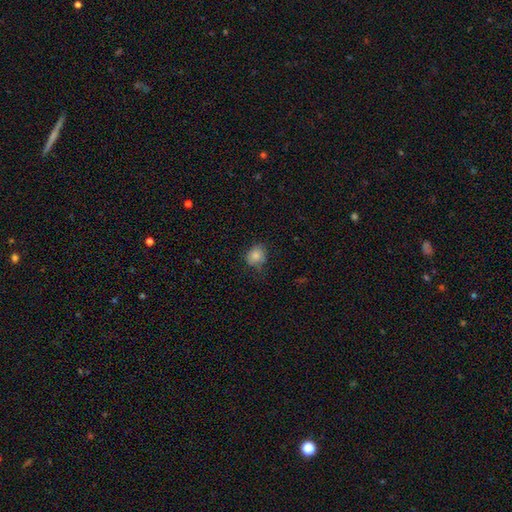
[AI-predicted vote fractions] smooth_or_featured: smooth (p=0.83) [alt: star or artifact p=0.10]
how_rounded: round (p=0.67) [alt: in between p=0.32]
merging: none (p=0.68) [alt: minor disturbance p=0.24]